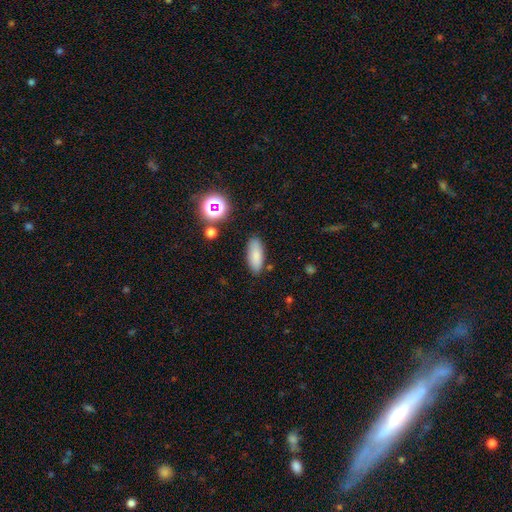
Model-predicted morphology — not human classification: Smooth or featured?
  - smooth: 83% *
  - star or artifact: 9%
  - featured or disk: 8%
How rounded?
  - in between: 78% *
  - cigar-shaped: 20%
  - round: 3%
Merging?
  - none: 84% *
  - minor disturbance: 11%
  - major disturbance: 3%
  - merger: 2%